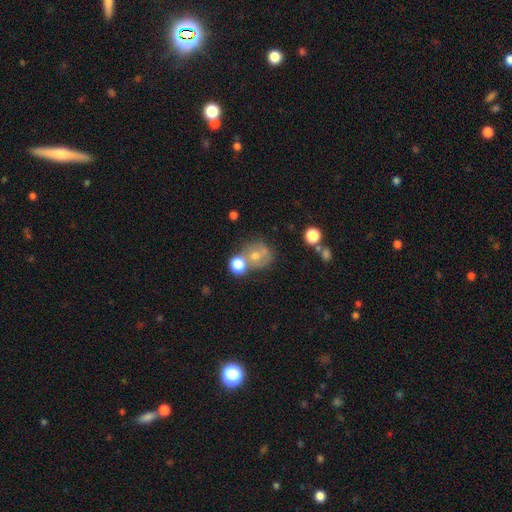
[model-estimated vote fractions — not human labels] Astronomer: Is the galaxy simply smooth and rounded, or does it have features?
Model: smooth — 56%.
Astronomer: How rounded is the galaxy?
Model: round — 73%.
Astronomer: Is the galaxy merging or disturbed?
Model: none — 40% (runner-up: merger, 30%).